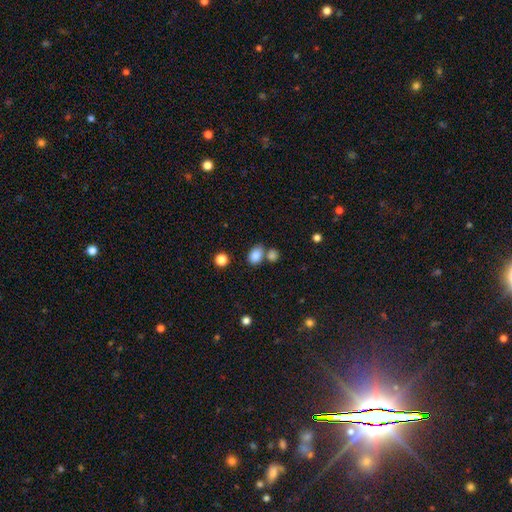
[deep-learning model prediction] Smooth or featured?
  - smooth: 84% *
  - star or artifact: 10%
  - featured or disk: 6%
How rounded?
  - in between: 74% *
  - round: 25%
  - cigar-shaped: 1%
Merging?
  - none: 59% *
  - merger: 25%
  - minor disturbance: 12%
  - major disturbance: 4%